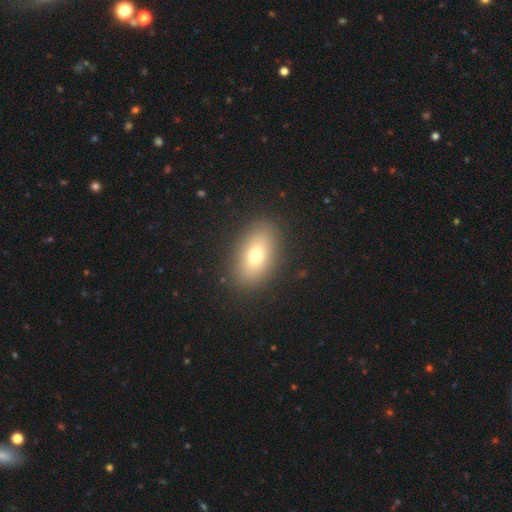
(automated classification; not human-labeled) Smooth or featured?
  - smooth: 74% *
  - featured or disk: 16%
  - star or artifact: 10%
How rounded?
  - in between: 86% *
  - round: 11%
  - cigar-shaped: 3%
Merging?
  - none: 87% *
  - minor disturbance: 8%
  - major disturbance: 3%
  - merger: 1%